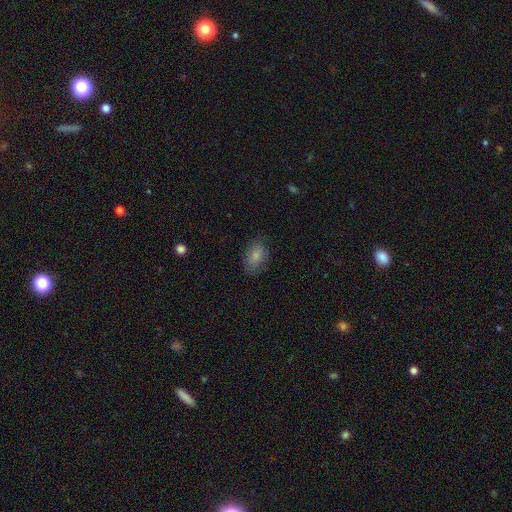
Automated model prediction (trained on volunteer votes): Smooth or featured?
  - smooth: 83% *
  - featured or disk: 10%
  - star or artifact: 8%
How rounded?
  - in between: 87% *
  - round: 11%
  - cigar-shaped: 2%
Merging?
  - none: 78% *
  - minor disturbance: 17%
  - major disturbance: 4%
  - merger: 1%